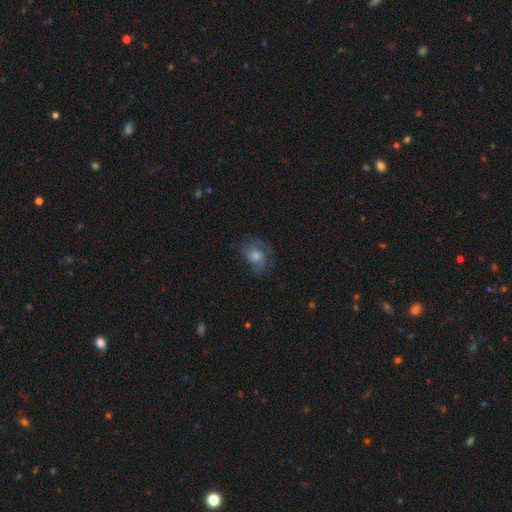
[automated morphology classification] Smooth or featured? Predicted: featured or disk (p=0.53). Edge-on disk? Predicted: no (p=0.96). Bar? Predicted: no (p=0.77). Spiral arms? Predicted: yes (p=0.81). Bulge size? Predicted: moderate (p=0.54). Merging? Predicted: none (p=0.62).